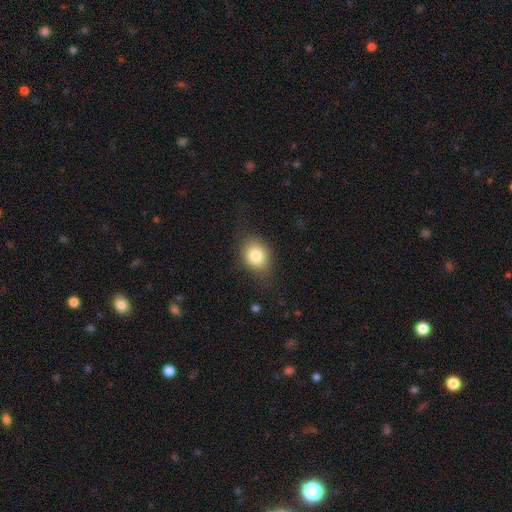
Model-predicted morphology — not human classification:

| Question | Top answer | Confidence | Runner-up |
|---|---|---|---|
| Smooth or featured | smooth | 82% | featured or disk (9%) |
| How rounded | in between | 55% | round (44%) |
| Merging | none | 75% | minor disturbance (18%) |